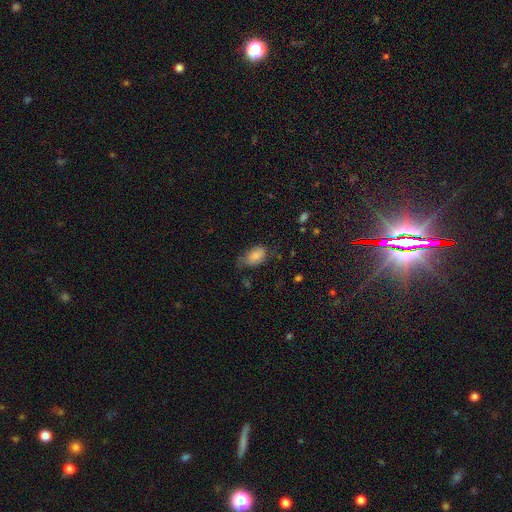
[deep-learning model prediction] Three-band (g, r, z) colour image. It shows a smooth galaxy with no disk features (81%) that is in between round and cigar-shaped (90%). Merging: none (49%).